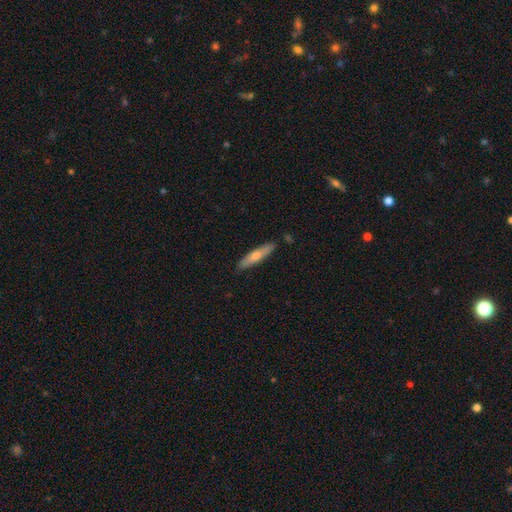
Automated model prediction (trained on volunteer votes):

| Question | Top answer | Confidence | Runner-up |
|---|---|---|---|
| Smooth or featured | smooth | 64% | featured or disk (31%) |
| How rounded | cigar-shaped | 82% | in between (17%) |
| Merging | none | 86% | minor disturbance (11%) |